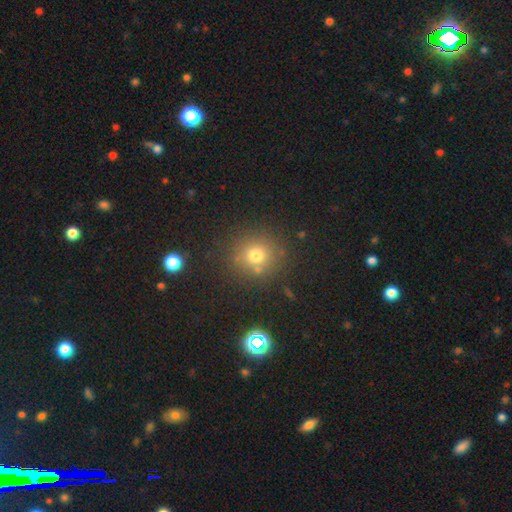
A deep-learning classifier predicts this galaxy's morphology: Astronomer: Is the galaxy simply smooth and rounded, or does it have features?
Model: smooth — 71%.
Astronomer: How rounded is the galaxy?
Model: round — 91%.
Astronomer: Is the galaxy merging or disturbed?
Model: none — 83%.